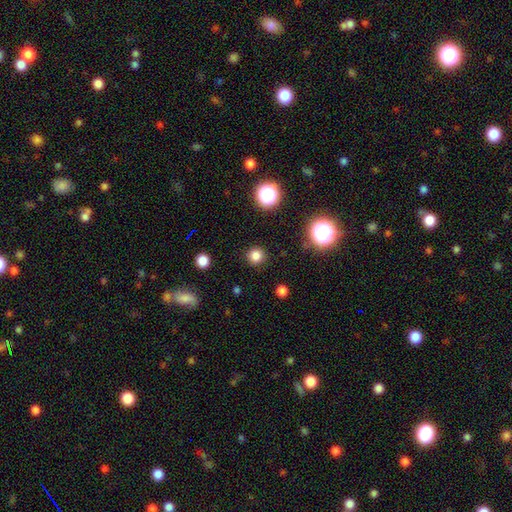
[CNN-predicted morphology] smooth-or-featured: smooth: 80% | star or artifact: 15% | featured or disk: 4%
  how-rounded: round: 95% | in between: 4% | cigar-shaped: 1%
  merging: none: 91% | minor disturbance: 5% | major disturbance: 2% | merger: 1%